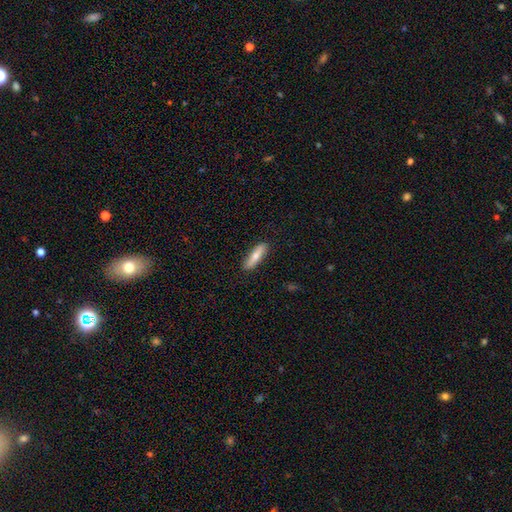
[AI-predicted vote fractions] smooth-or-featured: smooth: 64% | featured or disk: 31% | star or artifact: 6%
  how-rounded: cigar-shaped: 72% | in between: 26% | round: 2%
  merging: none: 88% | minor disturbance: 9% | major disturbance: 2% | merger: 1%